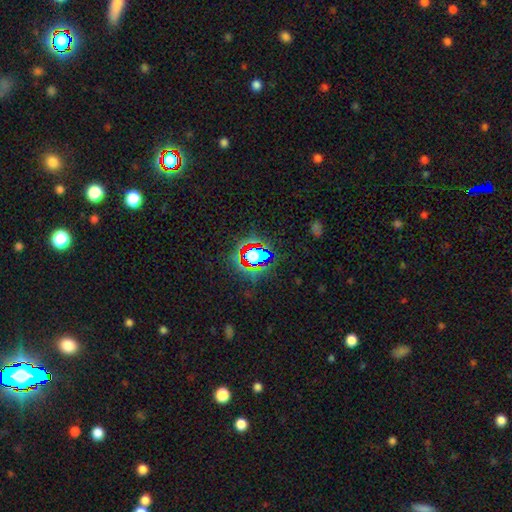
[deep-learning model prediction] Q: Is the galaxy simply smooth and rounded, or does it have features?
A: star or artifact — 62%.